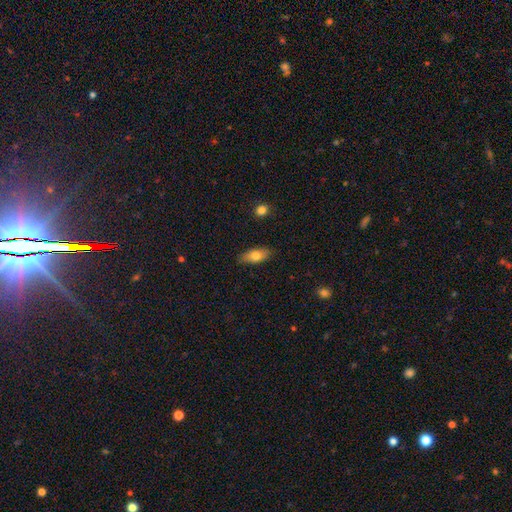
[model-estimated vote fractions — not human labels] Overall: smooth (76%). How rounded: in between (81%). Merging: none (85%).